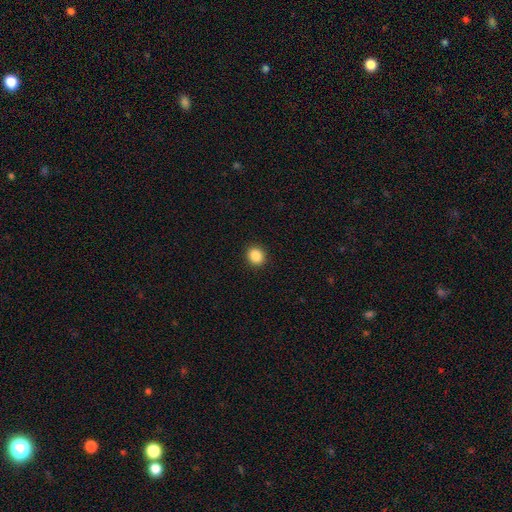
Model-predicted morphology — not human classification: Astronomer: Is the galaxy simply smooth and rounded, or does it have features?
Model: smooth — 87%.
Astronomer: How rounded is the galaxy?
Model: round — 78%.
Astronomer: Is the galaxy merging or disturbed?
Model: none — 92%.